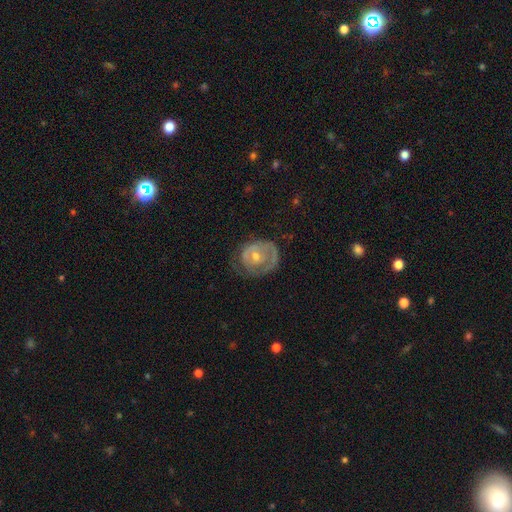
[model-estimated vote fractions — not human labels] This appears to be a featured or disk galaxy (69%) with no bar (76%), spiral arms (63%) and a small central bulge (48%, tied with moderate). Merging: none (58%).